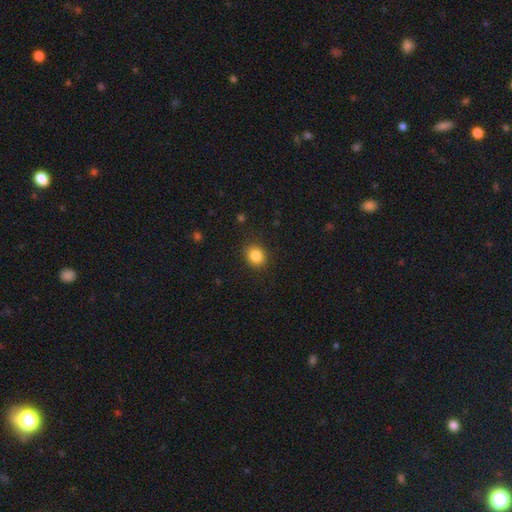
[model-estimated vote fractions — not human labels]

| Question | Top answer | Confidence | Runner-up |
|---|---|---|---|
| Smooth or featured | smooth | 85% | star or artifact (10%) |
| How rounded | round | 65% | in between (35%) |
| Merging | none | 87% | minor disturbance (9%) |